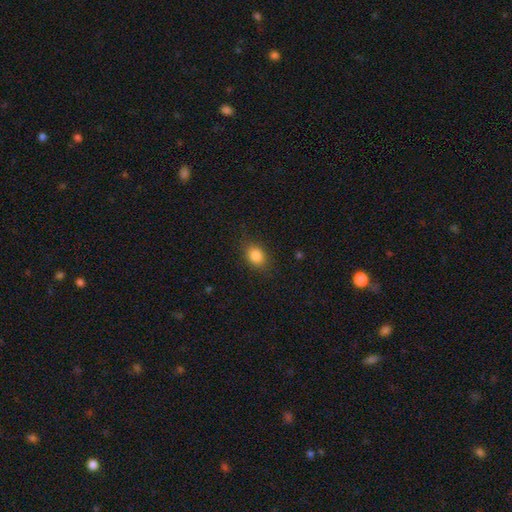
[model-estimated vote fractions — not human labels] This is clearly a smooth galaxy (85%). How rounded: likely in between (62%). Merging: clearly none (82%).